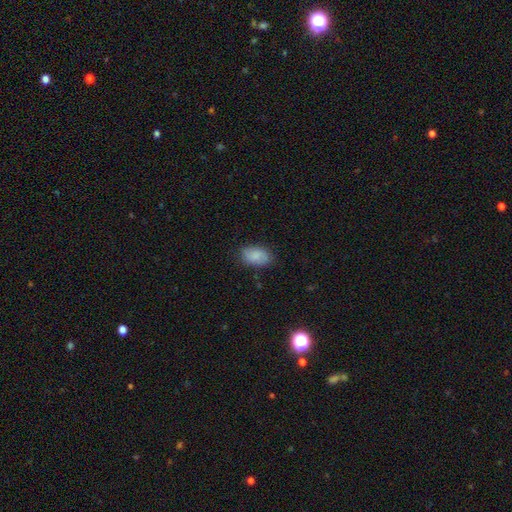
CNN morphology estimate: smooth-or-featured: smooth: 84% | featured or disk: 9% | star or artifact: 7%
  how-rounded: in between: 90% | round: 8% | cigar-shaped: 2%
  merging: none: 80% | minor disturbance: 15% | major disturbance: 3% | merger: 1%